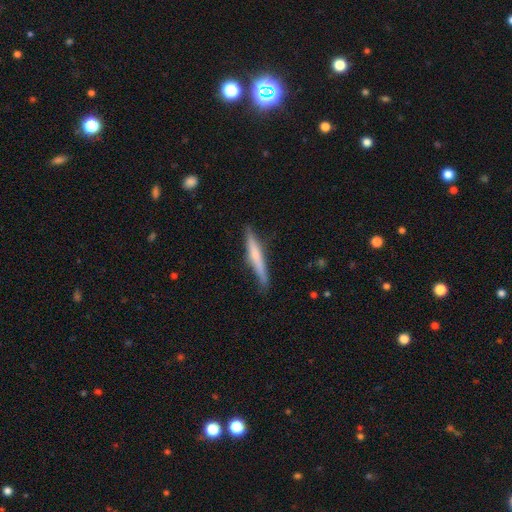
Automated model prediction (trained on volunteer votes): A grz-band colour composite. It shows a smooth galaxy with no disk features (54%) that is cigar-shaped (95%). Merging: none (82%).